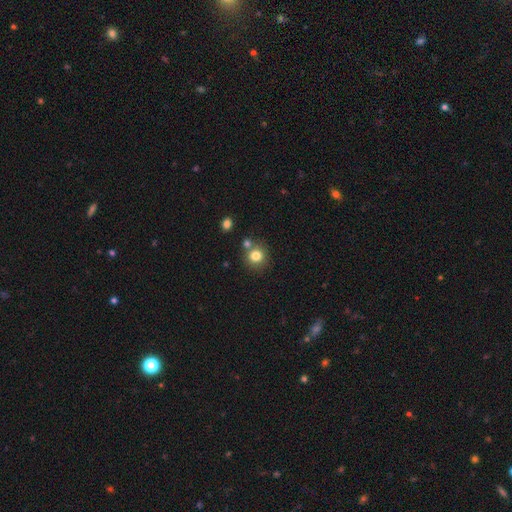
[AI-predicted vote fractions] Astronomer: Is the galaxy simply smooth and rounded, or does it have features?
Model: smooth — 81%.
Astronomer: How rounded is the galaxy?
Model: round — 89%.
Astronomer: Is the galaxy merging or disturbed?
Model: none — 69%.